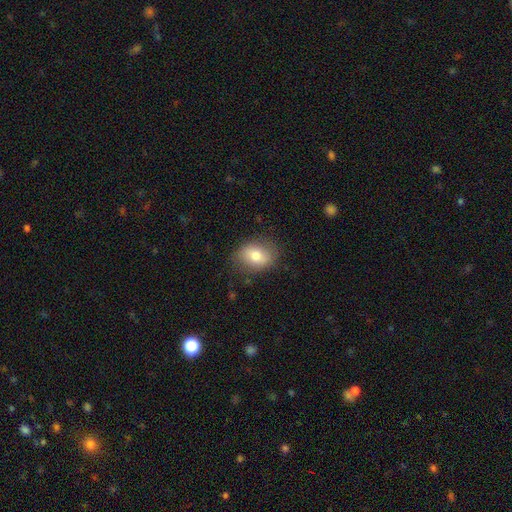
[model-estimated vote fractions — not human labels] This is likely a smooth galaxy (76%). How rounded: likely in between (66%). Merging: likely none (79%).